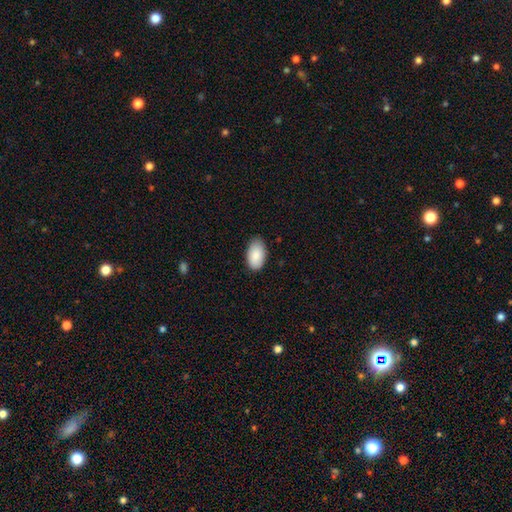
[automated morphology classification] A smooth galaxy with no disk features (88%) that is in between round and cigar-shaped (95%). Merging: none (81%).